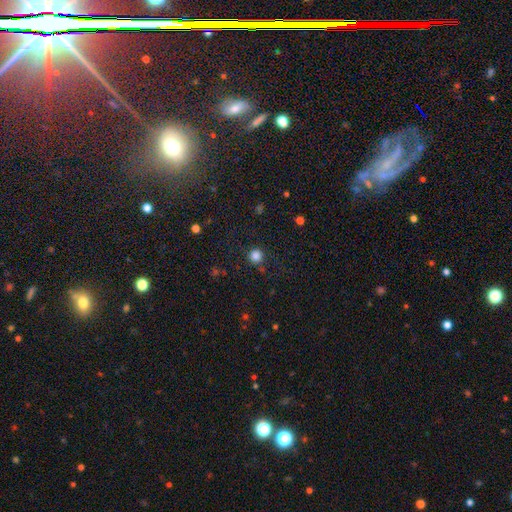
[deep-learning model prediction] smooth_or_featured: smooth (p=0.83) [alt: star or artifact p=0.13]
how_rounded: round (p=0.94) [alt: in between p=0.05]
merging: none (p=0.85) [alt: minor disturbance p=0.09]